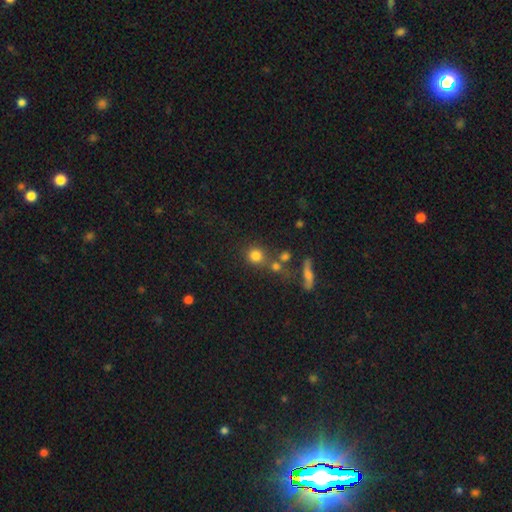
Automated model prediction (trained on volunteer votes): smooth-or-featured: smooth: 77% | star or artifact: 13% | featured or disk: 10%
  how-rounded: round: 89% | in between: 10% | cigar-shaped: 2%
  merging: none: 60% | merger: 25% | minor disturbance: 10% | major disturbance: 6%